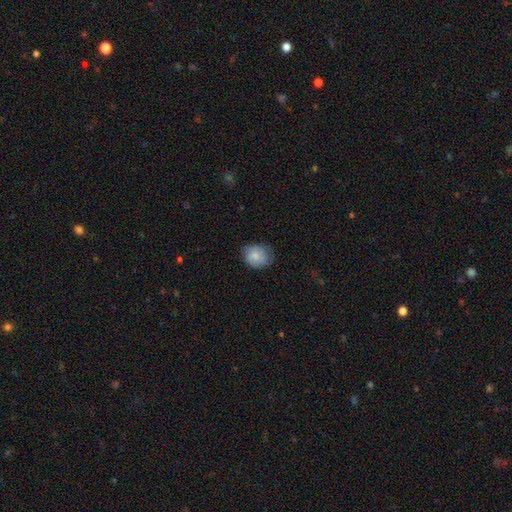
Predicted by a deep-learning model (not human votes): A smooth galaxy with no disk features (80%) that is round (62%).

Vote fractions:
- Smooth or featured? smooth: 80% / featured or disk: 13% / star or artifact: 7%
- How rounded? round: 62% / in between: 37% / cigar-shaped: 1%
- Merging? none: 68% / minor disturbance: 26% / major disturbance: 6% / merger: 1%